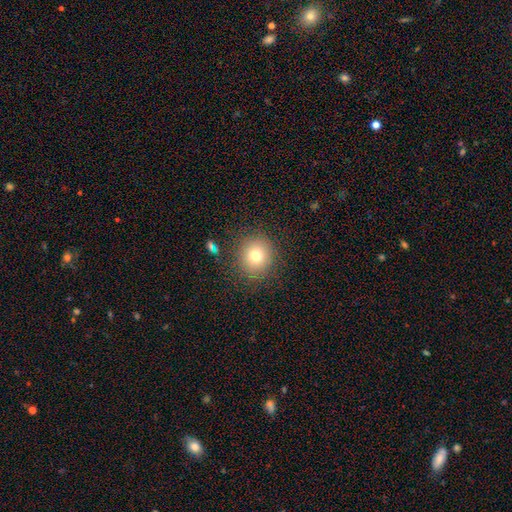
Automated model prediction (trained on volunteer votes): smooth-or-featured: smooth: 76% | star or artifact: 13% | featured or disk: 11%
  how-rounded: round: 88% | in between: 11% | cigar-shaped: 1%
  merging: none: 85% | minor disturbance: 9% | major disturbance: 4% | merger: 2%